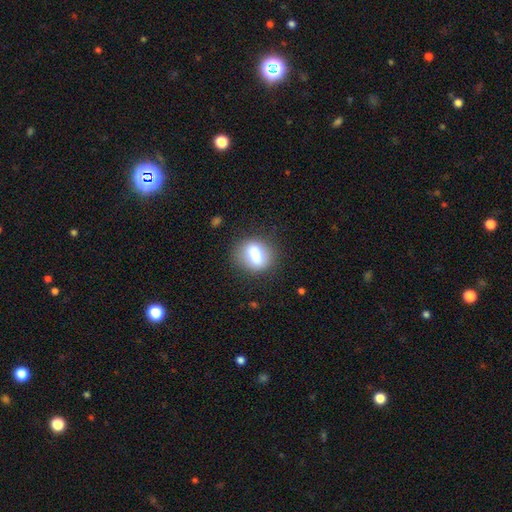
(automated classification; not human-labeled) smooth 74%, featured or disk 17%, star or artifact 9%. Down the decision tree: how rounded — in between (50%); merging — none (81%).